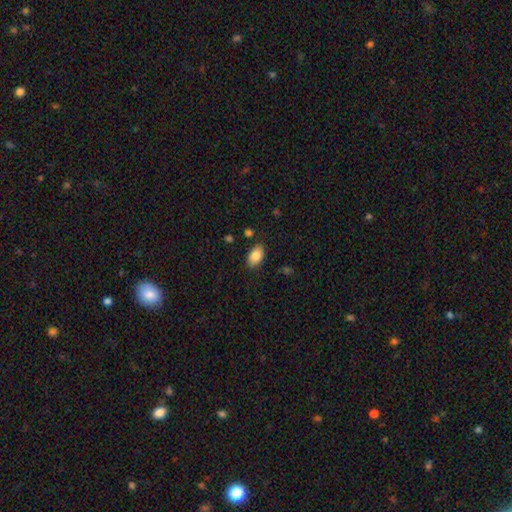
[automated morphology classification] Smooth or featured: smooth — 85% (featured or disk — 8%)
How rounded: in between — 91% (round — 7%)
Merging: none — 84% (minor disturbance — 11%)